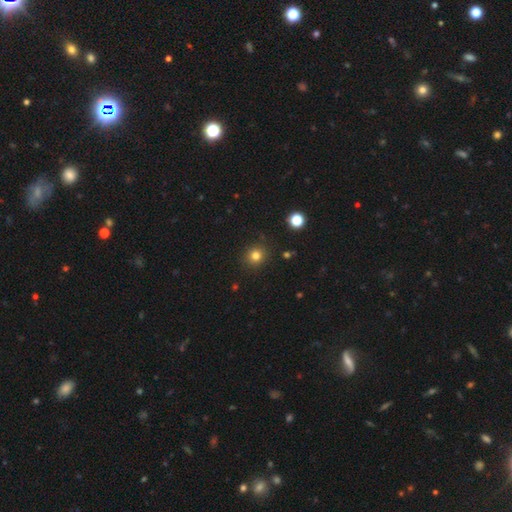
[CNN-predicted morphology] Smooth or featured?
  - smooth: 80% *
  - star or artifact: 14%
  - featured or disk: 6%
How rounded?
  - round: 88% *
  - in between: 11%
  - cigar-shaped: 1%
Merging?
  - none: 88% *
  - minor disturbance: 8%
  - major disturbance: 2%
  - merger: 2%